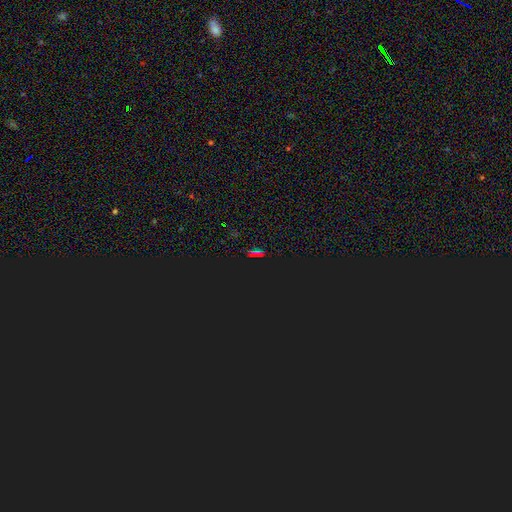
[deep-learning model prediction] Smooth or featured: star or artifact — 63% (smooth — 28%)